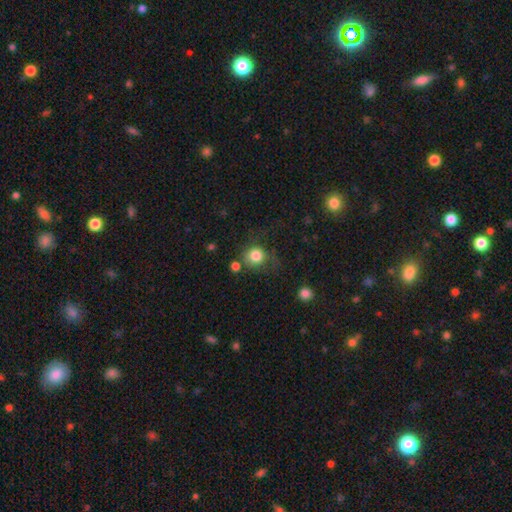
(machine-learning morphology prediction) A smooth galaxy with no disk features (82%) that is round (86%).

Vote fractions:
- Smooth or featured? smooth: 82% / star or artifact: 10% / featured or disk: 8%
- How rounded? round: 86% / in between: 13% / cigar-shaped: 1%
- Merging? none: 59% / minor disturbance: 20% / major disturbance: 13% / merger: 8%